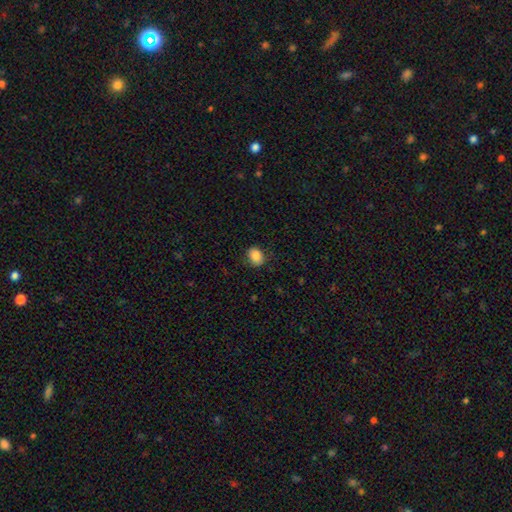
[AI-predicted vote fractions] Smooth or featured? Predicted: smooth (p=0.87). How rounded? Predicted: in between (p=0.53). Merging? Predicted: none (p=0.85).